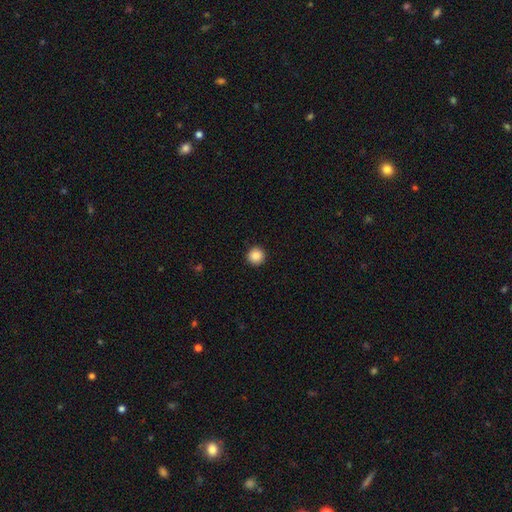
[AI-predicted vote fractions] Morphology: type=smooth (88%); roundness=round (96%); merging=none (93%).